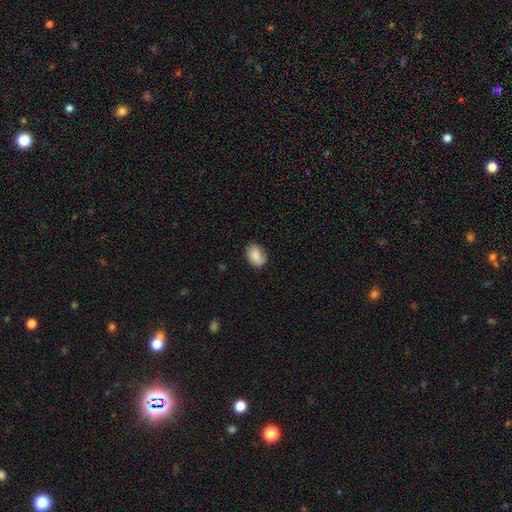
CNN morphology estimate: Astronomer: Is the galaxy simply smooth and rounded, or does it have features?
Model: smooth — 81%.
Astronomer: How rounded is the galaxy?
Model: in between — 76%.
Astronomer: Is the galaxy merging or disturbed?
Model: none — 72%.